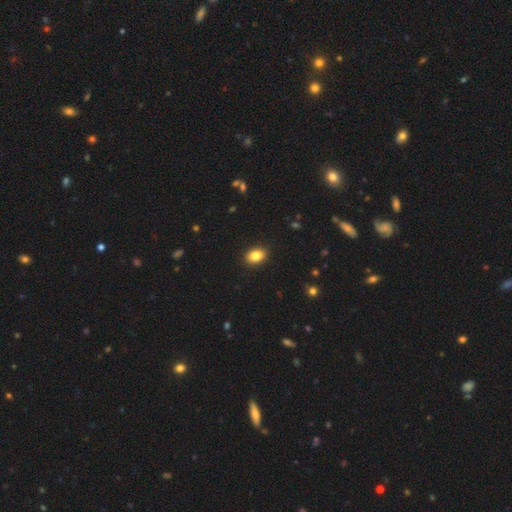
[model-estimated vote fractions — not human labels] smooth_or_featured: smooth (p=0.85) [alt: star or artifact p=0.09]
how_rounded: in between (p=0.77) [alt: round p=0.21]
merging: none (p=0.89) [alt: minor disturbance p=0.08]